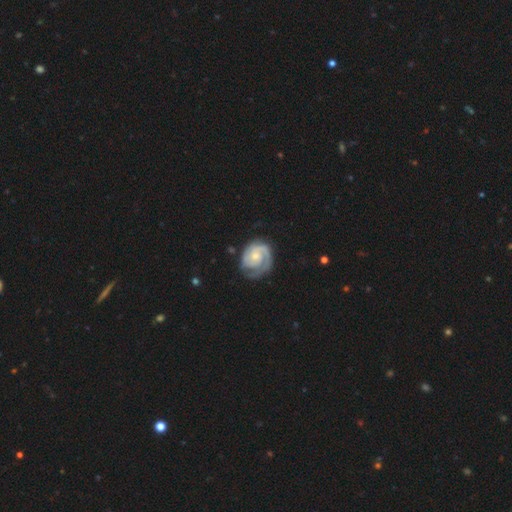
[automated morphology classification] Overall: featured or disk (86%). Edge-on disk: no (98%). Bar: no (71%). Spiral arms: yes (97%). Spiral arm count: 2 (53%; 1 26%). Spiral winding: tight (65%; medium 28%). Bulge size: small (57%; moderate 35%). Merging: none (66%).